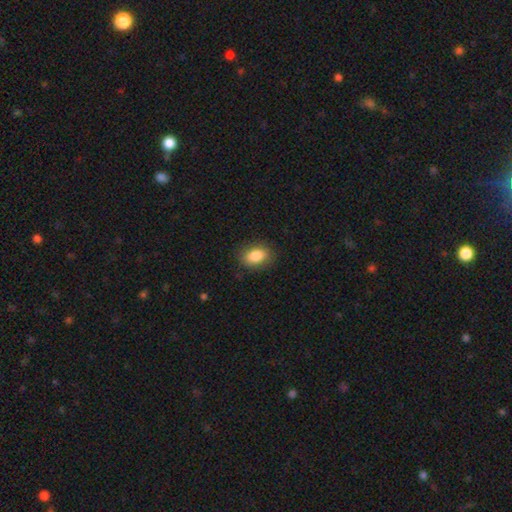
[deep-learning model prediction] Smooth or featured: smooth — 85% (star or artifact — 8%)
How rounded: in between — 82% (round — 17%)
Merging: none — 85% (minor disturbance — 11%)